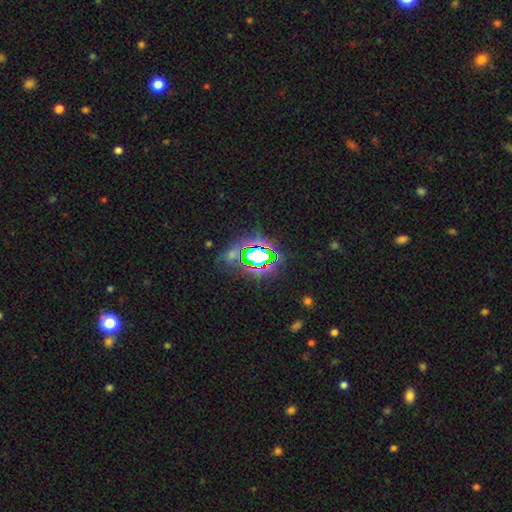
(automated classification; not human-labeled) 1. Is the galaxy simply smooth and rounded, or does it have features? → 69% star or artifact, 18% smooth, 12% featured or disk.